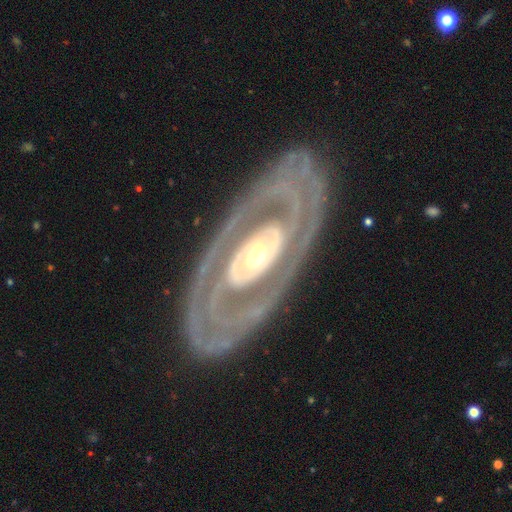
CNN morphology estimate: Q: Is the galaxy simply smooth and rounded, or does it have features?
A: featured or disk — 89%.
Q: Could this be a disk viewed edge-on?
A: no — 92%.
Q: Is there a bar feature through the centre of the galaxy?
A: no — 59%.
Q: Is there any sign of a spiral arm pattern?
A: yes — 84%.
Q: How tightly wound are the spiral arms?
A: tight — 74%.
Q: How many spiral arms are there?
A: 2 — 60%.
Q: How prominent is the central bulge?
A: moderate — 63%.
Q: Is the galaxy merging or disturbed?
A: none — 83%.